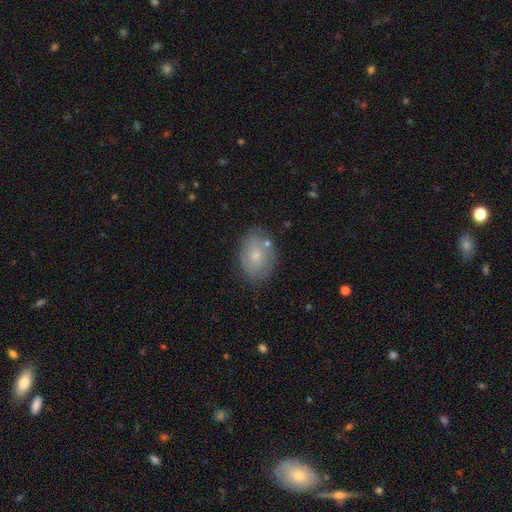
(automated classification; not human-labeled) smooth_or_featured: smooth (p=0.67) [alt: featured or disk p=0.25]
how_rounded: in between (p=0.78) [alt: round p=0.21]
merging: none (p=0.73) [alt: minor disturbance p=0.18]